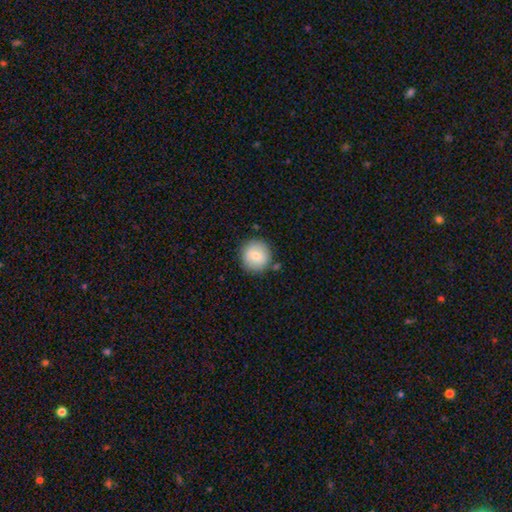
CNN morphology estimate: This appears to be a smooth galaxy with no disk features (78%) that is round (94%). Merging: none (84%).